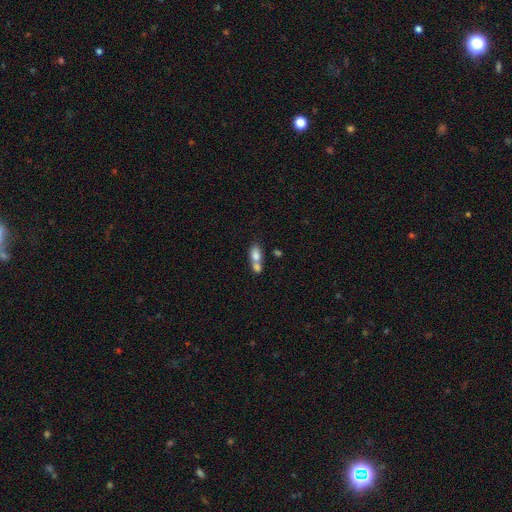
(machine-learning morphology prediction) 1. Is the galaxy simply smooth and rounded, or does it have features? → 77% smooth, 15% featured or disk, 8% star or artifact.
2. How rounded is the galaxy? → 80% in between, 14% round, 6% cigar-shaped.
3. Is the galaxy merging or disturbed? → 65% merger, 24% none, 7% minor disturbance, 4% major disturbance.